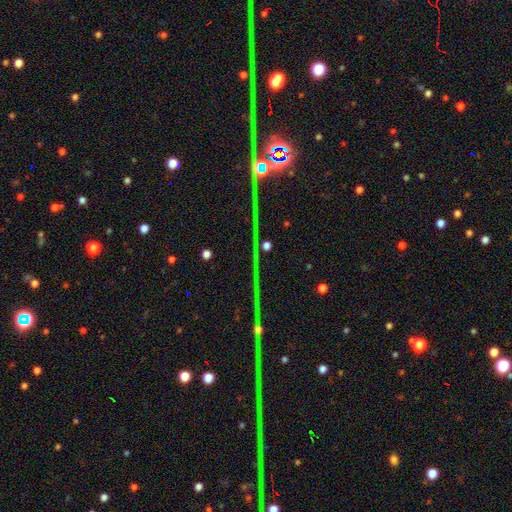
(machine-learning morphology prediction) smooth_or_featured: star or artifact (p=0.82) [alt: featured or disk p=0.09]